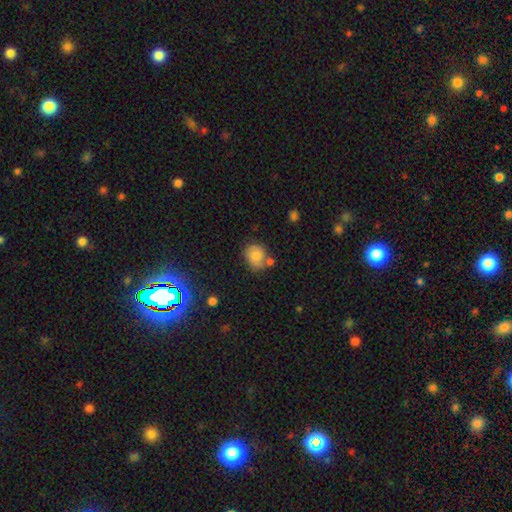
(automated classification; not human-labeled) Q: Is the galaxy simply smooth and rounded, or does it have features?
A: smooth — 78%.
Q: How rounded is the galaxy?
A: round — 65%.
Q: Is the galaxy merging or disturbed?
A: none — 58%.